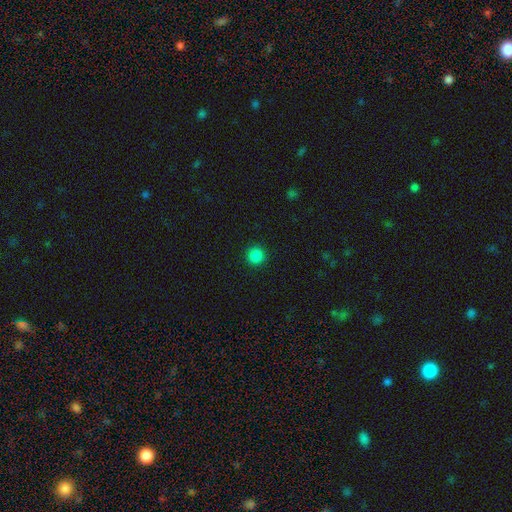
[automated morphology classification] A smooth galaxy with no disk features (85%) that is round (96%). Merging: none (93%).